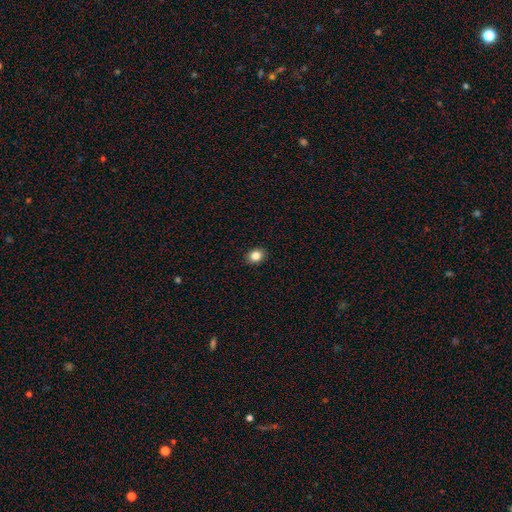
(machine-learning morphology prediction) Smooth or featured?
  - smooth: 84% *
  - star or artifact: 10%
  - featured or disk: 5%
How rounded?
  - round: 56% *
  - in between: 43%
  - cigar-shaped: 1%
Merging?
  - none: 90% *
  - minor disturbance: 7%
  - major disturbance: 2%
  - merger: 1%